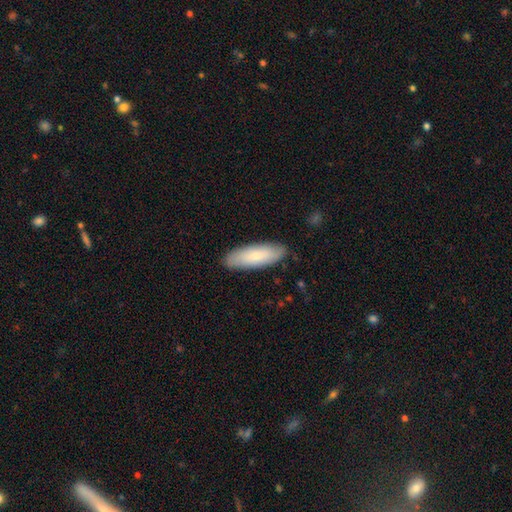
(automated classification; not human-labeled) smooth-or-featured: smooth: 77% | featured or disk: 17% | star or artifact: 6%
  how-rounded: in between: 59% | cigar-shaped: 40% | round: 2%
  merging: none: 87% | minor disturbance: 10% | major disturbance: 2% | merger: 1%